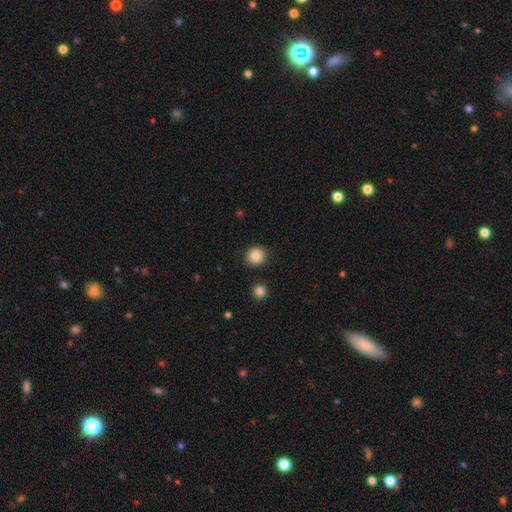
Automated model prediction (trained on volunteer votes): Smooth or featured? Predicted: smooth (p=0.84). How rounded? Predicted: round (p=0.92). Merging? Predicted: none (p=0.91).